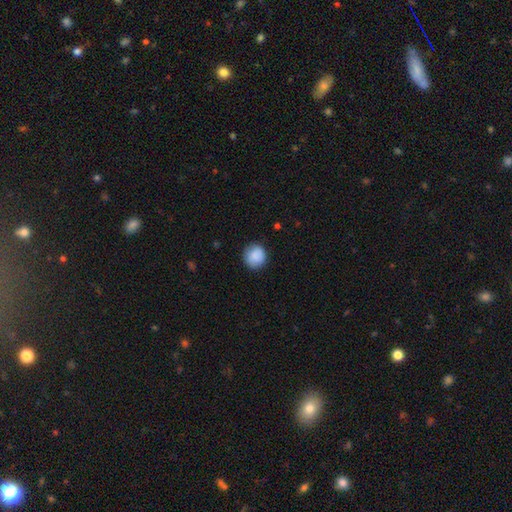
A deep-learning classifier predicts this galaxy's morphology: A smooth galaxy with no disk features (88%) that is round (88%).

Vote fractions:
- Smooth or featured? smooth: 88% / star or artifact: 7% / featured or disk: 5%
- How rounded? round: 88% / in between: 11% / cigar-shaped: 1%
- Merging? none: 82% / minor disturbance: 13% / major disturbance: 3% / merger: 1%